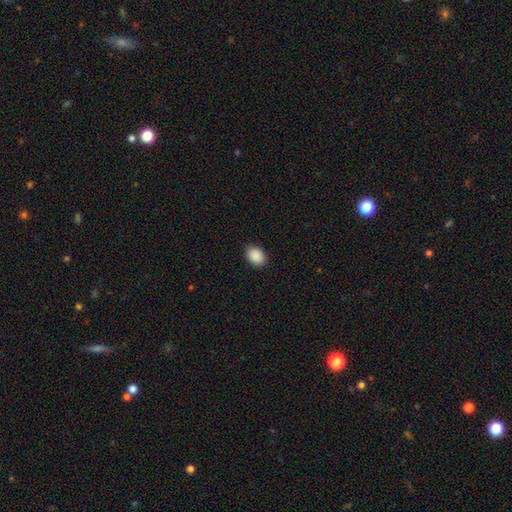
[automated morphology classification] A smooth galaxy with no disk features (91%) that is in between round and cigar-shaped (76%).

Vote fractions:
- Smooth or featured? smooth: 91% / star or artifact: 7% / featured or disk: 2%
- How rounded? in between: 76% / round: 23% / cigar-shaped: 1%
- Merging? none: 90% / minor disturbance: 8% / major disturbance: 2% / merger: 1%